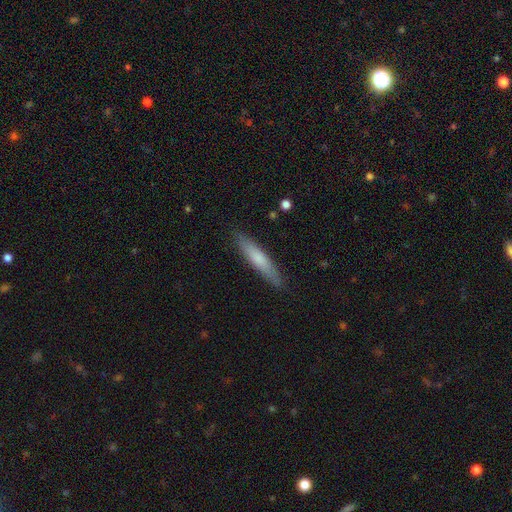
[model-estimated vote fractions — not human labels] Smooth or featured? Predicted: smooth (p=0.64). How rounded? Predicted: cigar-shaped (p=0.90). Merging? Predicted: none (p=0.88).